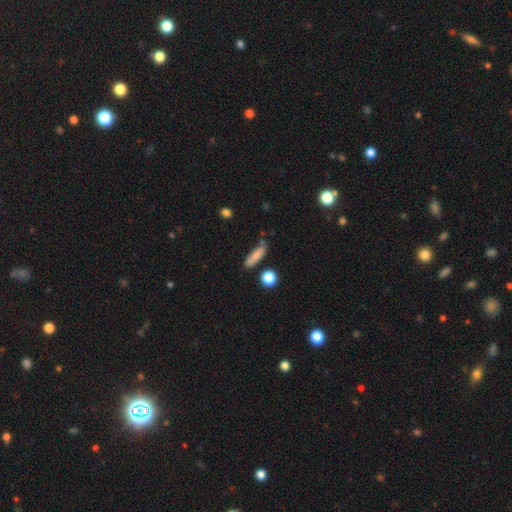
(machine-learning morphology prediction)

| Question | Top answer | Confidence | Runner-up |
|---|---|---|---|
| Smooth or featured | smooth | 74% | featured or disk (17%) |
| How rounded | cigar-shaped | 54% | in between (40%) |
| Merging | none | 60% | minor disturbance (23%) |